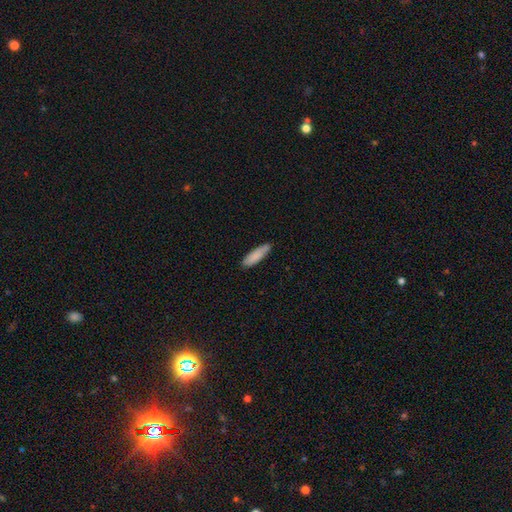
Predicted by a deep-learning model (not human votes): Smooth or featured: smooth — 87% (featured or disk — 7%)
How rounded: cigar-shaped — 62% (in between — 37%)
Merging: none — 83% (minor disturbance — 14%)